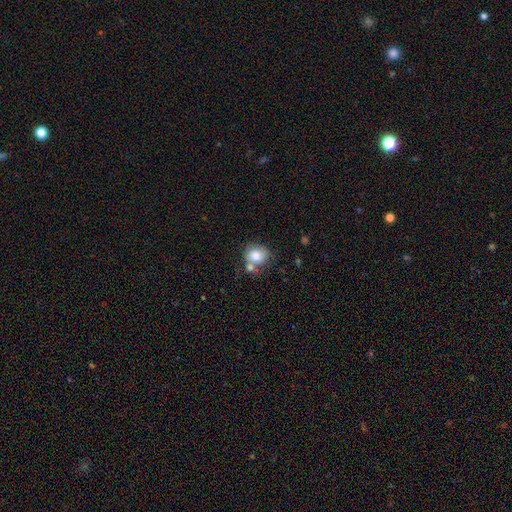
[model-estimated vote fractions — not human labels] This appears to be a smooth galaxy with no disk features (77%) that is round (67%). Merging: none (47%).